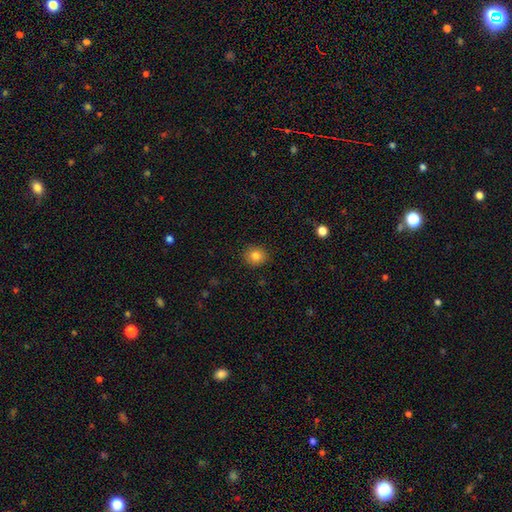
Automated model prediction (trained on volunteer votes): This is clearly a smooth galaxy (82%). How rounded: clearly round (82%). Merging: clearly none (90%).